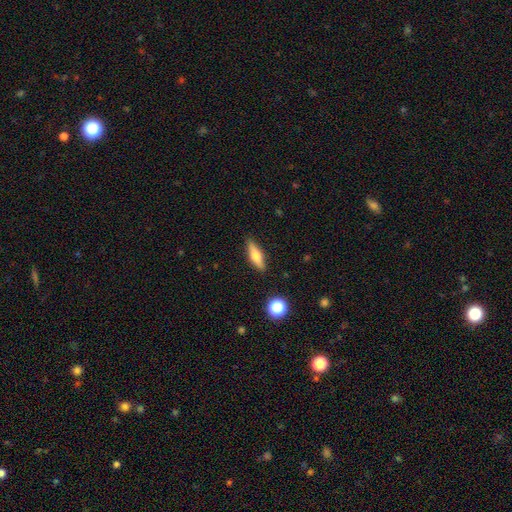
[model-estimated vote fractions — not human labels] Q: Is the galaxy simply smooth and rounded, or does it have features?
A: smooth — 61%.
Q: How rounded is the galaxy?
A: cigar-shaped — 56%.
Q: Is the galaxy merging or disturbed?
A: none — 87%.